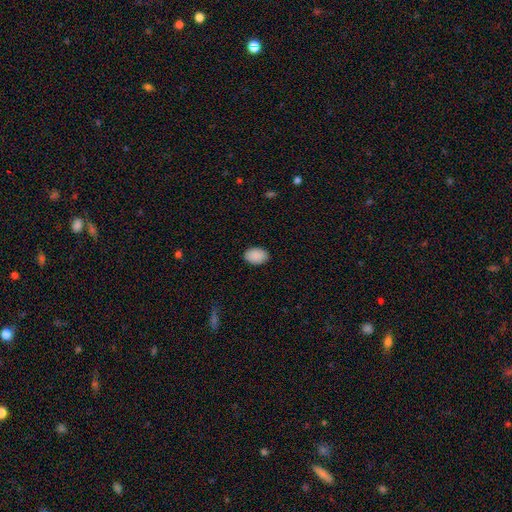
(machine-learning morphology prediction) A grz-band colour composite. It shows a smooth galaxy with no disk features (90%) that is in between round and cigar-shaped (83%). Merging: none (88%).